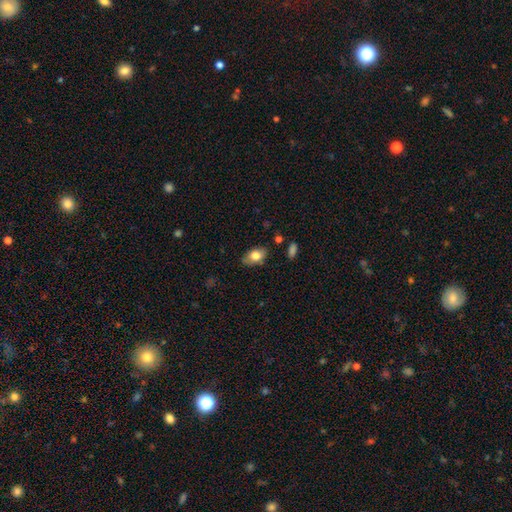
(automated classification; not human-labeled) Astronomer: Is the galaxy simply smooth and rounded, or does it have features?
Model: smooth — 78%.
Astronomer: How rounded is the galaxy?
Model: in between — 88%.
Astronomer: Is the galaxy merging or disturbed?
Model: none — 77%.